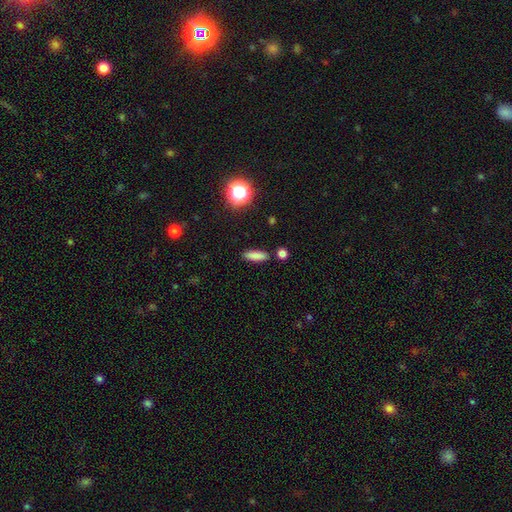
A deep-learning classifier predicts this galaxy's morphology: The model was most divided on "how rounded": cigar-shaped: 53%, in between: 43%, round: 5%. More confident: merging — none (86%); smooth or featured — smooth (82%).